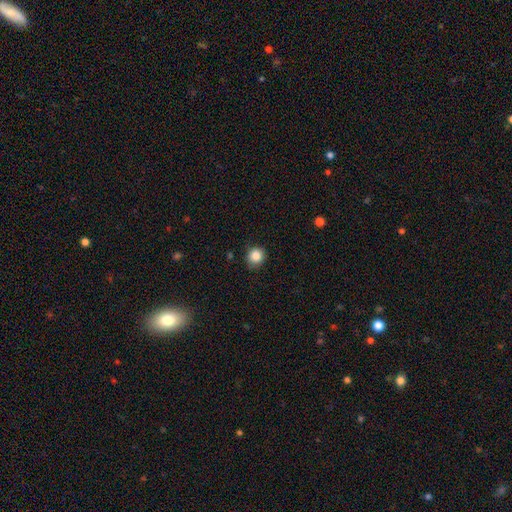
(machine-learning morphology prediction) smooth_or_featured: smooth (p=0.87) [alt: star or artifact p=0.10]
how_rounded: round (p=0.85) [alt: in between p=0.15]
merging: none (p=0.83) [alt: minor disturbance p=0.13]